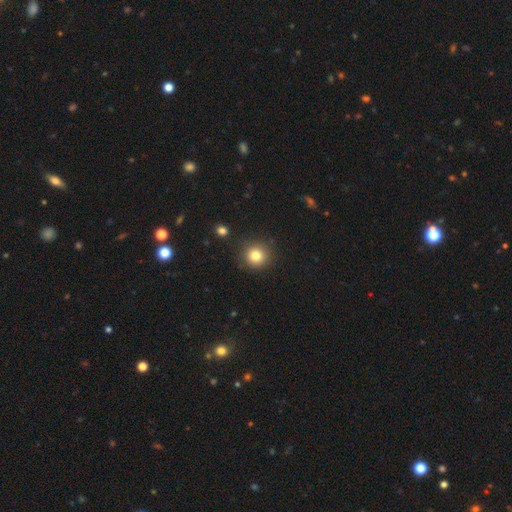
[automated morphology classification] Smooth or featured: smooth — 81% (star or artifact — 12%)
How rounded: round — 92% (in between — 7%)
Merging: none — 88% (minor disturbance — 7%)